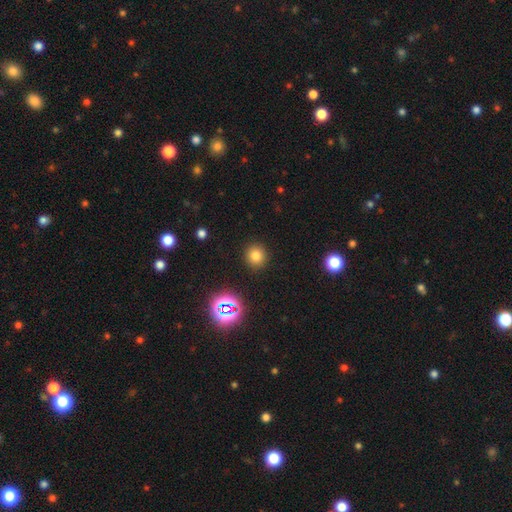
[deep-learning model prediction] Morphology: type=smooth (75%); roundness=round (90%); merging=none (90%).